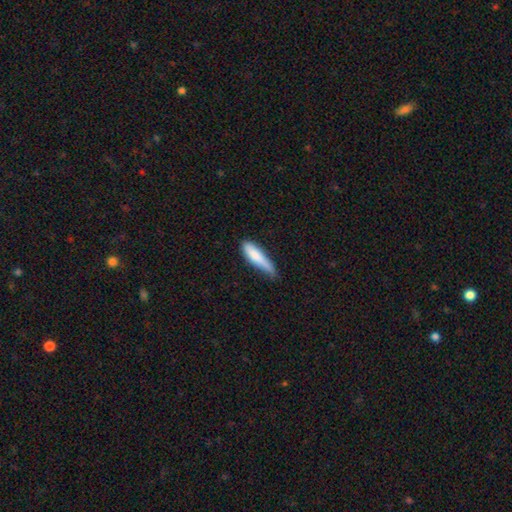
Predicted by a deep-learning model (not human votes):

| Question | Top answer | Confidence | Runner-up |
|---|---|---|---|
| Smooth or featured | smooth | 81% | featured or disk (13%) |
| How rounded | cigar-shaped | 70% | in between (28%) |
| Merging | none | 45% | minor disturbance (44%) |